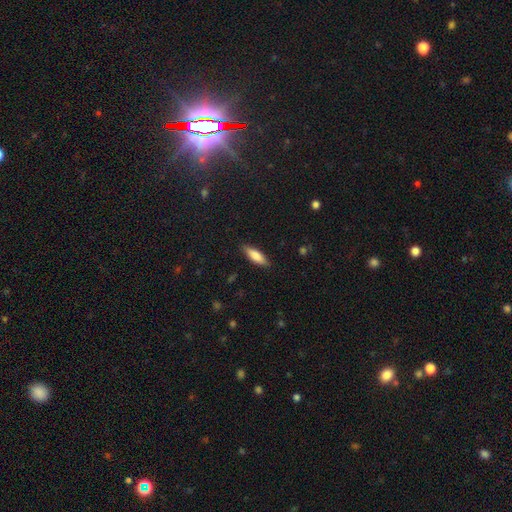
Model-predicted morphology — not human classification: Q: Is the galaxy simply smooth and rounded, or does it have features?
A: smooth — 77%.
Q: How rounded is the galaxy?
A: cigar-shaped — 49%, tied with in between.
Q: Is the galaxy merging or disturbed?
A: none — 87%.